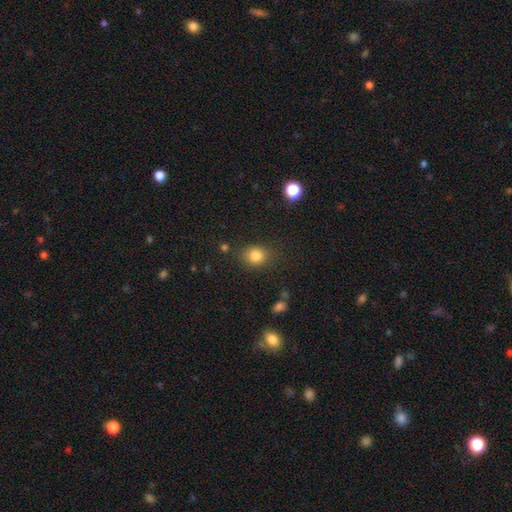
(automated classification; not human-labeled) Morphology: type=smooth (82%); roundness=round (62%); merging=none (78%).